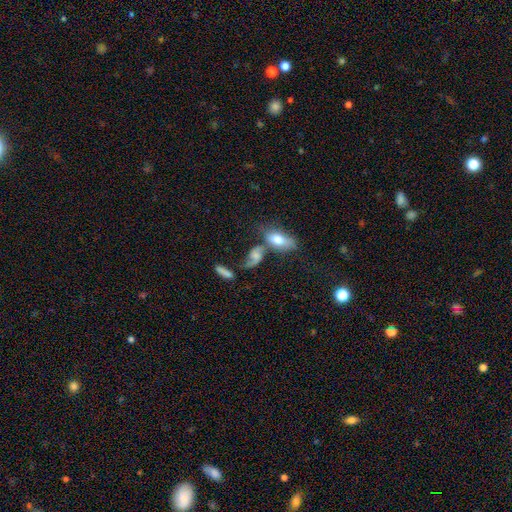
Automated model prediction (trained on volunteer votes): Smooth or featured? featured or disk (46%)
Merging? merger (42%)